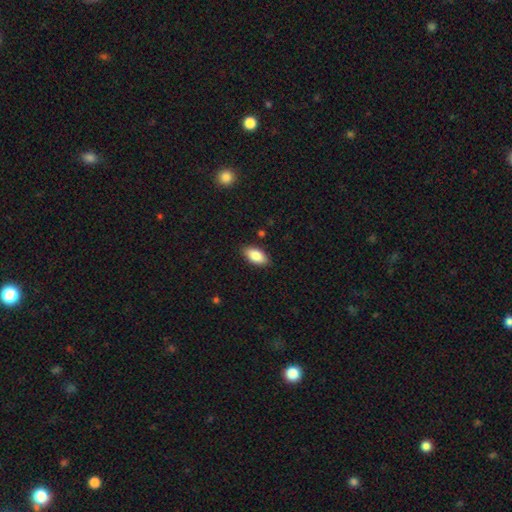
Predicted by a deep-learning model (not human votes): smooth_or_featured: smooth (p=0.86) [alt: featured or disk p=0.08]
how_rounded: in between (p=0.92) [alt: cigar-shaped p=0.05]
merging: none (p=0.87) [alt: minor disturbance p=0.09]